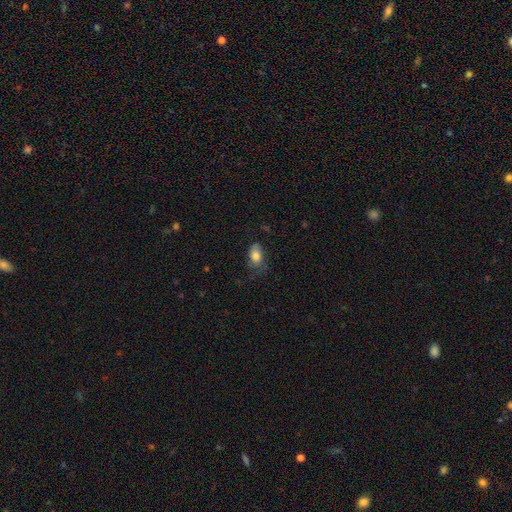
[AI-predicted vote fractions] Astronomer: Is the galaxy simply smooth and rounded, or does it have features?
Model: smooth — 75%.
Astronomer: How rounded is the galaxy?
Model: in between — 88%.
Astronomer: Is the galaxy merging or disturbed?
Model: none — 47% (runner-up: minor disturbance, 30%).